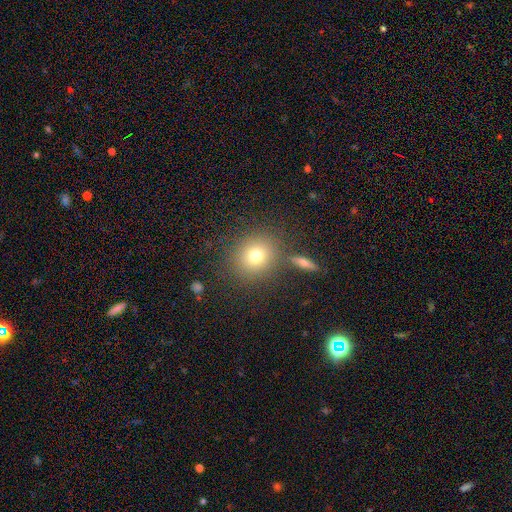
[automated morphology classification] A smooth galaxy with no disk features (74%) that is round (83%).

Vote fractions:
- Smooth or featured? smooth: 74% / star or artifact: 14% / featured or disk: 12%
- How rounded? round: 83% / in between: 16% / cigar-shaped: 1%
- Merging? none: 80% / minor disturbance: 9% / merger: 8% / major disturbance: 4%